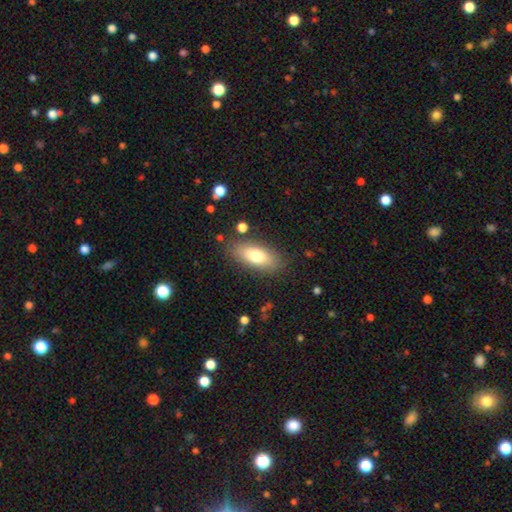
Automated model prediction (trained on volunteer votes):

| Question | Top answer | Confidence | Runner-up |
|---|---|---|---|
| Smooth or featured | smooth | 74% | featured or disk (19%) |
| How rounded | in between | 82% | cigar-shaped (15%) |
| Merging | none | 83% | minor disturbance (12%) |